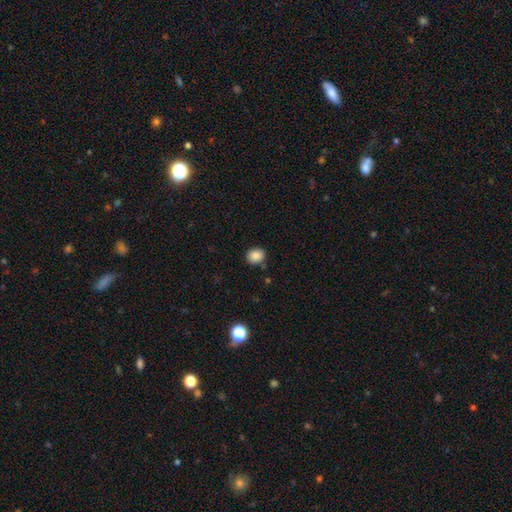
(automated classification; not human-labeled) The model was most divided on "how rounded": round: 66%, in between: 33%, cigar-shaped: 1%. More confident: smooth or featured — smooth (86%); merging — none (84%).